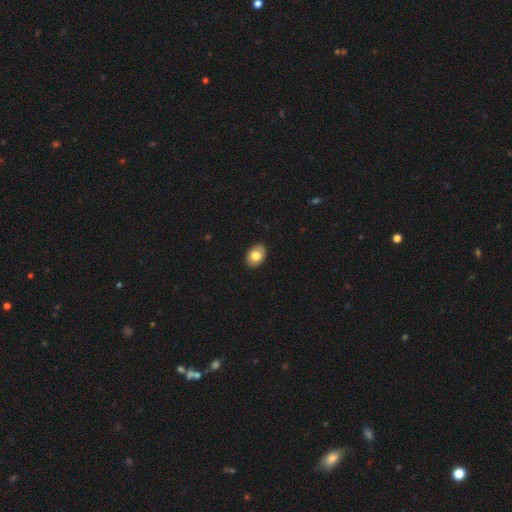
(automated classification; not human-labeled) A smooth galaxy with no disk features (78%) that is in between round and cigar-shaped (80%).

Vote fractions:
- Smooth or featured? smooth: 78% / featured or disk: 15% / star or artifact: 7%
- How rounded? in between: 80% / round: 19% / cigar-shaped: 1%
- Merging? none: 90% / minor disturbance: 8% / major disturbance: 2% / merger: 1%